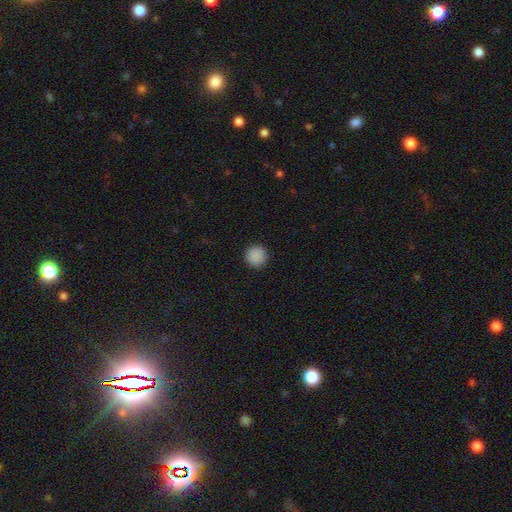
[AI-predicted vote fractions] The model was most divided on "smooth or featured": smooth: 89%, star or artifact: 9%, featured or disk: 3%. More confident: how rounded — round (95%); merging — none (92%).